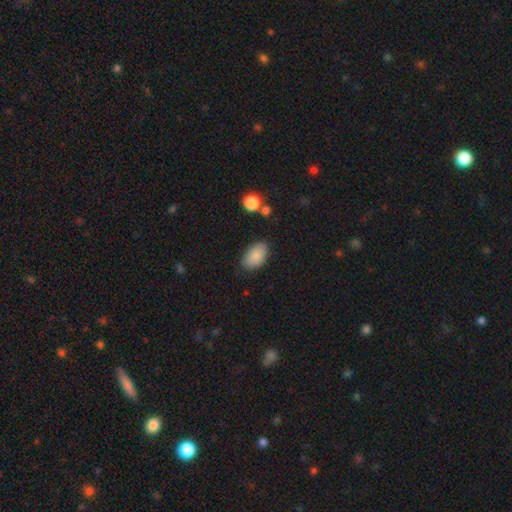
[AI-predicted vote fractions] smooth_or_featured: smooth (p=0.87) [alt: star or artifact p=0.07]
how_rounded: in between (p=0.93) [alt: round p=0.06]
merging: none (p=0.82) [alt: minor disturbance p=0.13]